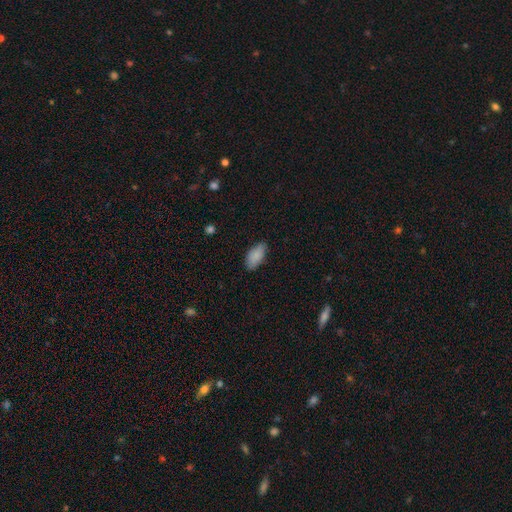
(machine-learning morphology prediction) A smooth galaxy with no disk features (87%) that is in between round and cigar-shaped (92%). Merging: none (79%).